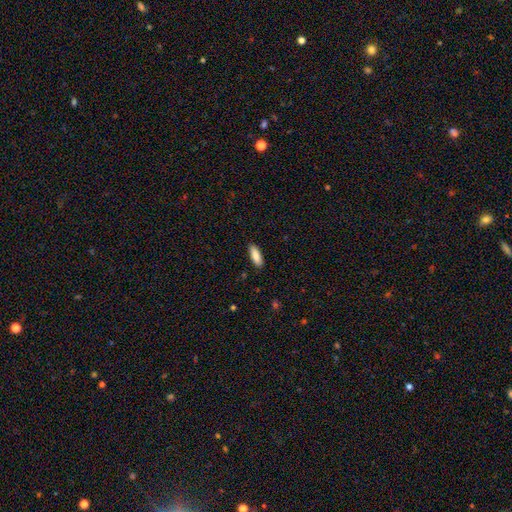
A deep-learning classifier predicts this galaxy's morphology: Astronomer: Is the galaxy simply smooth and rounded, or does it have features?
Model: smooth — 85%.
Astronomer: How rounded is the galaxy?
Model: in between — 65%.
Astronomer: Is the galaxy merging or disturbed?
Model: none — 89%.